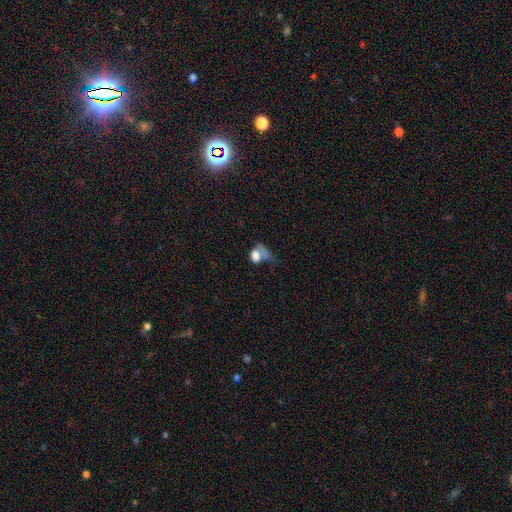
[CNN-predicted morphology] smooth-or-featured: smooth: 67% | star or artifact: 18% | featured or disk: 15%
  how-rounded: in between: 62% | round: 34% | cigar-shaped: 4%
  merging: none: 31% | merger: 29% | major disturbance: 23% | minor disturbance: 17%